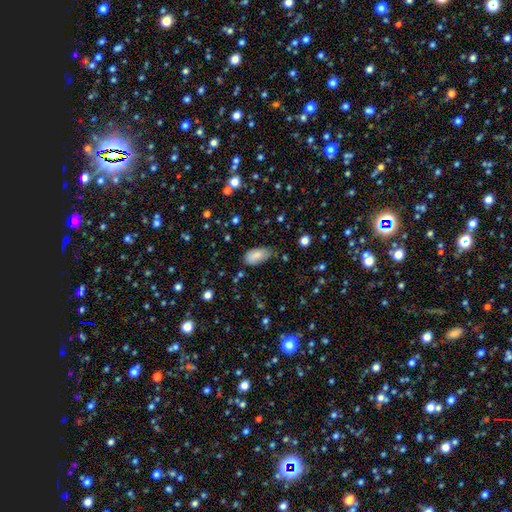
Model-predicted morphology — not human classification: smooth_or_featured: smooth (p=0.85) [alt: featured or disk p=0.08]
how_rounded: in between (p=0.93) [alt: cigar-shaped p=0.04]
merging: none (p=0.61) [alt: minor disturbance p=0.30]